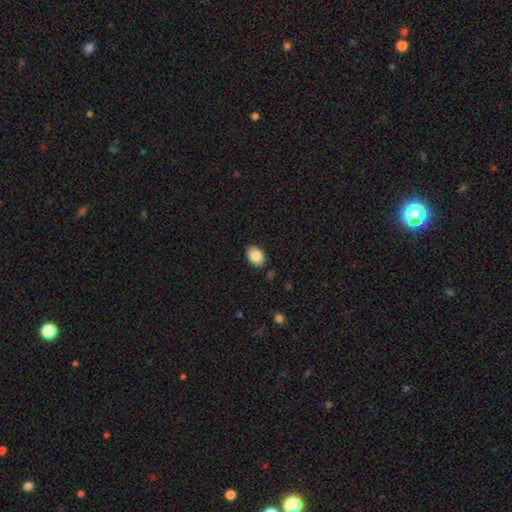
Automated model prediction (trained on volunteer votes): Overall: smooth (87%). How rounded: in between (82%). Merging: none (87%).